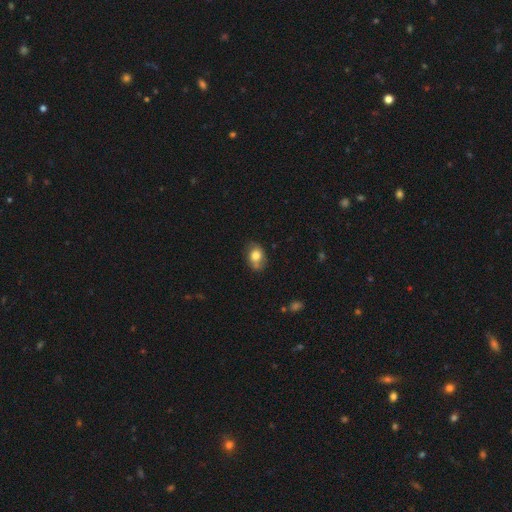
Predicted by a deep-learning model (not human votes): The model was most divided on "merging": none: 60%, minor disturbance: 27%, major disturbance: 7%, merger: 6%. More confident: smooth or featured — smooth (73%); how rounded — in between (71%).